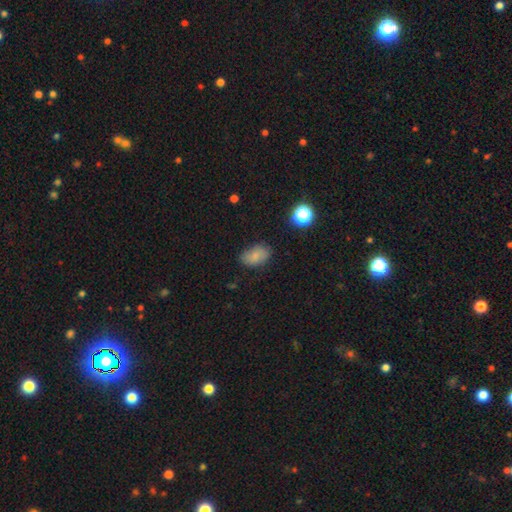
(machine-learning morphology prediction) A smooth galaxy with no disk features (78%) that is in between round and cigar-shaped (86%).

Vote fractions:
- Smooth or featured? smooth: 78% / featured or disk: 11% / star or artifact: 11%
- How rounded? in between: 86% / round: 12% / cigar-shaped: 1%
- Merging? none: 76% / minor disturbance: 18% / major disturbance: 4% / merger: 2%